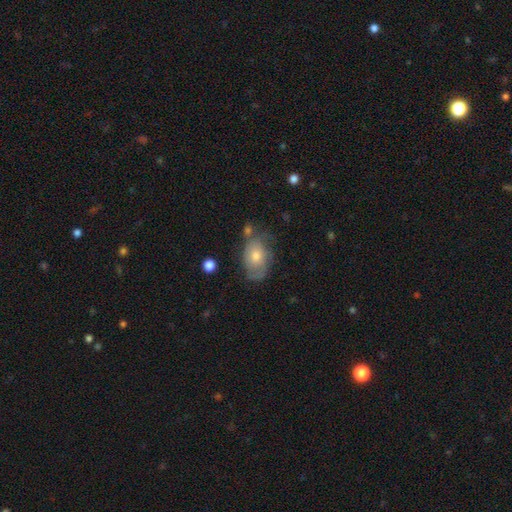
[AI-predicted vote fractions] Smooth or featured? Predicted: featured or disk (p=0.49). Merging? Predicted: none (p=0.58).